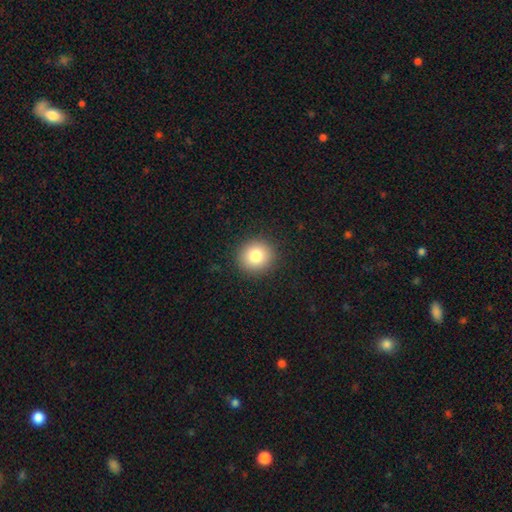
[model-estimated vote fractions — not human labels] smooth_or_featured: smooth (p=0.82) [alt: star or artifact p=0.10]
how_rounded: round (p=0.90) [alt: in between p=0.09]
merging: none (p=0.91) [alt: minor disturbance p=0.06]